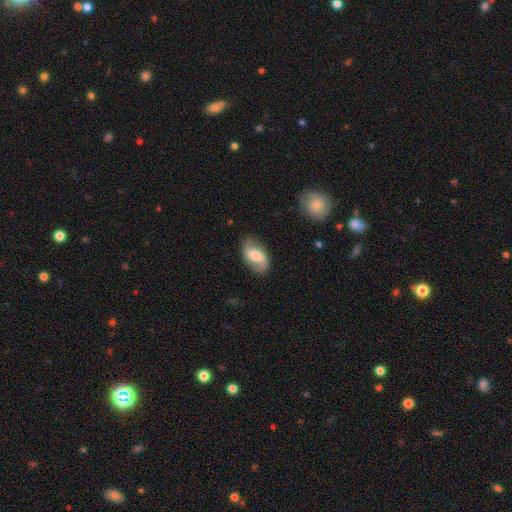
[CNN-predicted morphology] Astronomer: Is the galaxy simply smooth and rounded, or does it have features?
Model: featured or disk — 57% (runner-up: smooth, 36%).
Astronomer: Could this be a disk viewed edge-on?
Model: no — 95%.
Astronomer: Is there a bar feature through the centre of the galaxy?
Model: weak — 46% (runner-up: no, 34%).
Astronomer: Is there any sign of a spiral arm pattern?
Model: yes — 88%.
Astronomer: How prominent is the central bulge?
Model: moderate — 50%.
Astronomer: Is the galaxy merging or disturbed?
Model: none — 78%.